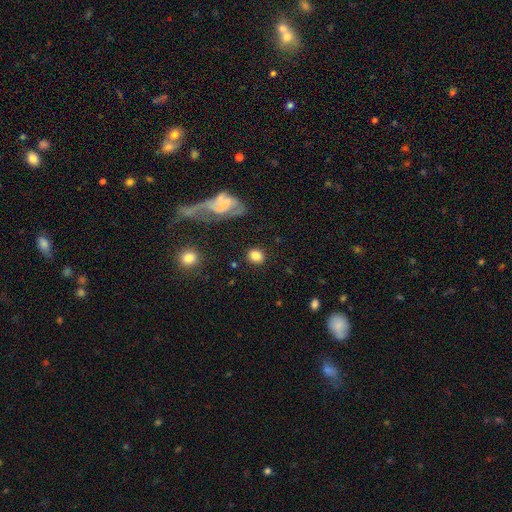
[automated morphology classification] Smooth or featured: smooth — 81% (featured or disk — 10%)
How rounded: round — 60% (in between — 38%)
Merging: none — 84% (minor disturbance — 9%)